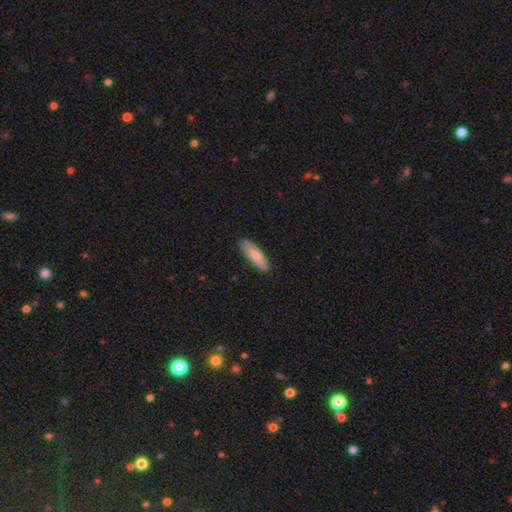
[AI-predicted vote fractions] Q: Smooth or featured?
A: smooth (78%); runner-up: featured or disk (17%)
Q: How rounded?
A: cigar-shaped (50%); runner-up: in between (49%)
Q: Merging?
A: none (82%); runner-up: minor disturbance (14%)